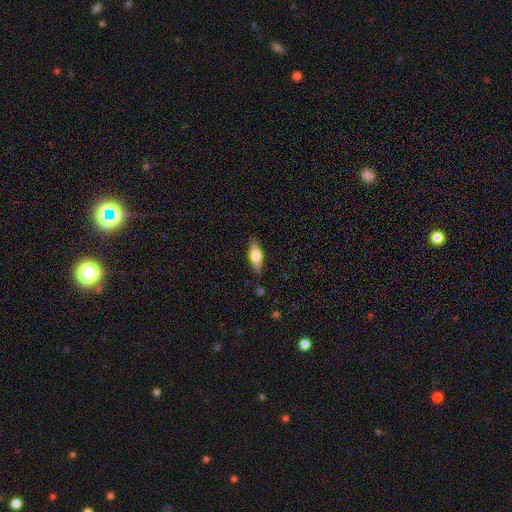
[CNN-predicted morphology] This is likely a smooth galaxy (69%). How rounded: likely in between (69%). Merging: clearly none (82%).